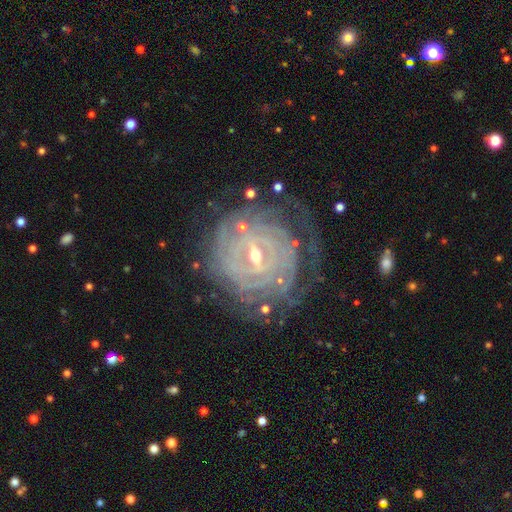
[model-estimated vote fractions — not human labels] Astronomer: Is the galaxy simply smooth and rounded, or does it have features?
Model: featured or disk — 89%.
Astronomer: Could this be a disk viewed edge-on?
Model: no — 97%.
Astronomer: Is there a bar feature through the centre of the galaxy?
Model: weak — 49% (runner-up: strong, 36%).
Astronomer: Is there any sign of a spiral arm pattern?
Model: yes — 95%.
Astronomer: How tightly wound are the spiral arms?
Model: tight — 83%.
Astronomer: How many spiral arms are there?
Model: can't tell — 38% (runner-up: 4, 18%).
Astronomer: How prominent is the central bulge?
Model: small — 55% (runner-up: moderate, 41%).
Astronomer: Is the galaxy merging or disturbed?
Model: none — 69%.